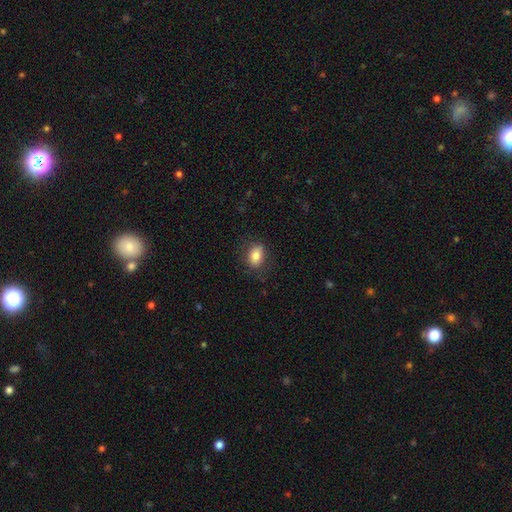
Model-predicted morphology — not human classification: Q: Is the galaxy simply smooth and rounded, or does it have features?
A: smooth — 80%.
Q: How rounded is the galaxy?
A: in between — 73%.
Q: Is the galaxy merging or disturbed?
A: none — 80%.